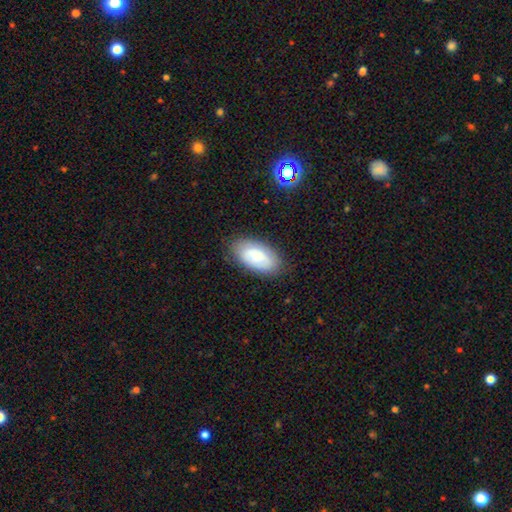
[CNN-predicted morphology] This appears to be a smooth galaxy with no disk features (73%) that is in between round and cigar-shaped (94%). Merging: none (83%).